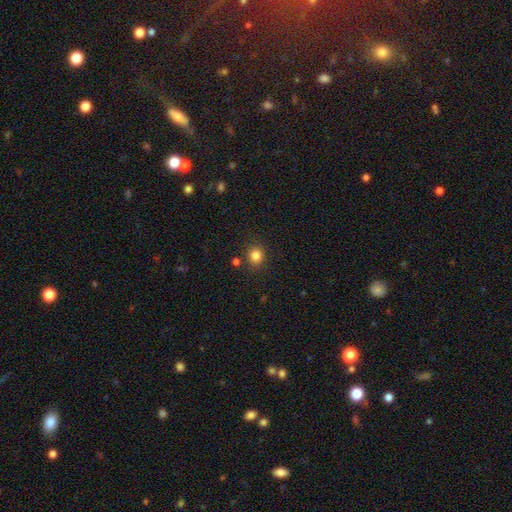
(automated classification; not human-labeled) A smooth galaxy with no disk features (83%) that is round (86%). Merging: none (85%).